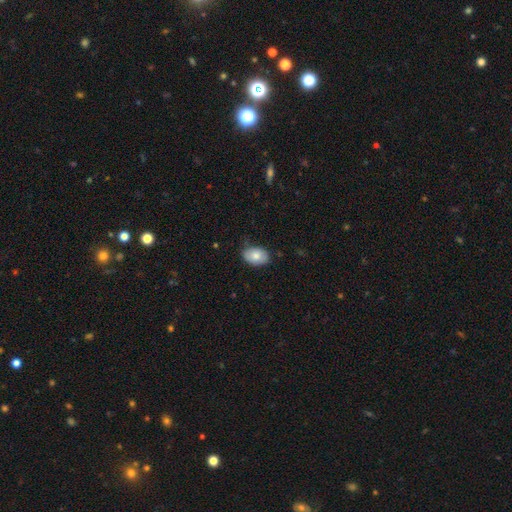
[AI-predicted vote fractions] Morphology: type=smooth (78%); roundness=in between (84%); merging=none (76%).